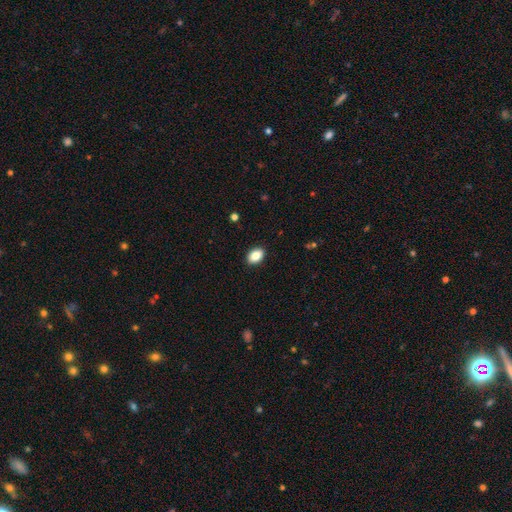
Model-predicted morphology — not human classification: Overall: smooth (85%). How rounded: in between (84%). Merging: none (90%).